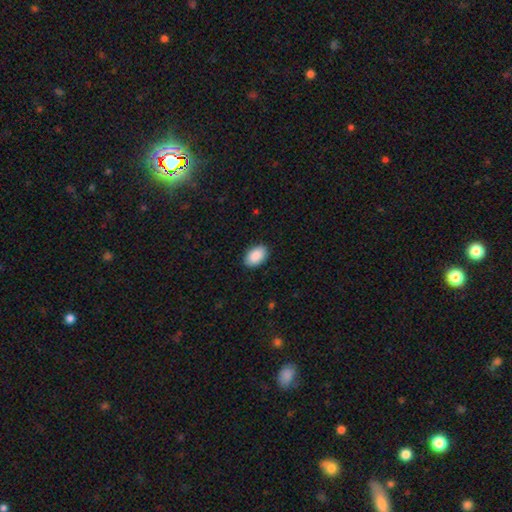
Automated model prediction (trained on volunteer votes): Smooth or featured?
  - smooth: 90% *
  - star or artifact: 6%
  - featured or disk: 4%
How rounded?
  - in between: 92% *
  - round: 7%
  - cigar-shaped: 1%
Merging?
  - none: 89% *
  - minor disturbance: 8%
  - major disturbance: 2%
  - merger: 1%